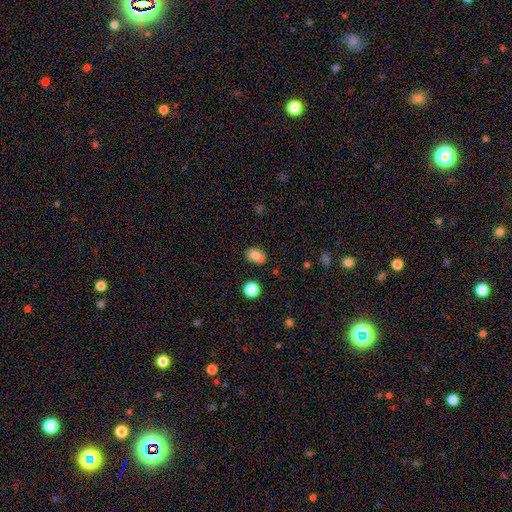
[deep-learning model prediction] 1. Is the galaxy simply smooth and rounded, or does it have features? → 81% smooth, 11% star or artifact, 8% featured or disk.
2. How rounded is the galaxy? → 73% in between, 25% round, 1% cigar-shaped.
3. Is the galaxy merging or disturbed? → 73% none, 16% minor disturbance, 7% merger, 3% major disturbance.